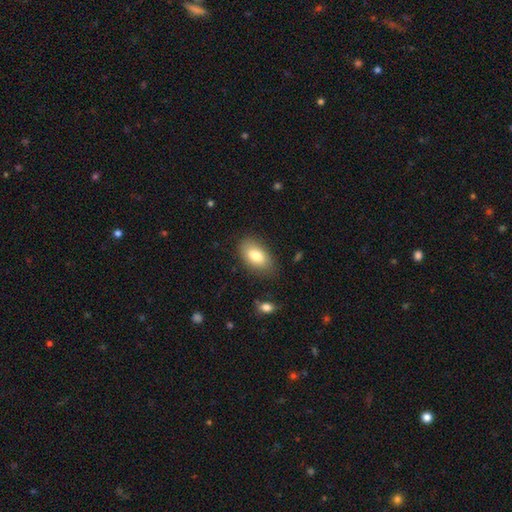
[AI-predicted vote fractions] A smooth galaxy with no disk features (81%) that is in between round and cigar-shaped (92%). Merging: none (81%).